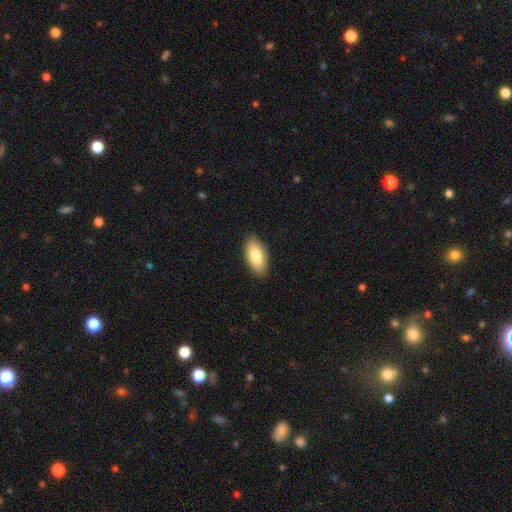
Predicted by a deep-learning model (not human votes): Smooth or featured? smooth (82%)
How rounded? in between (91%)
Merging? none (89%)